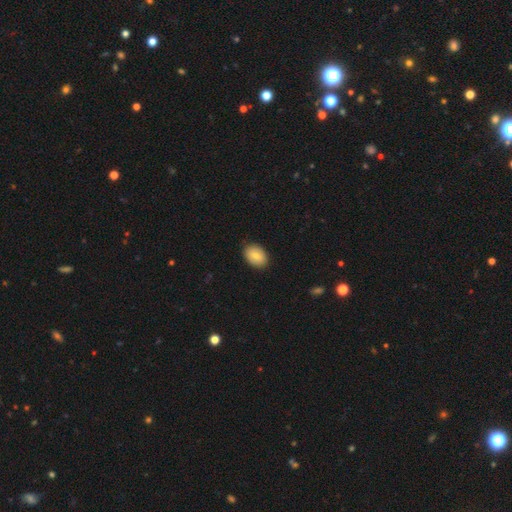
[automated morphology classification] type=smooth (81%); roundness=in between (76%); merging=none (87%).